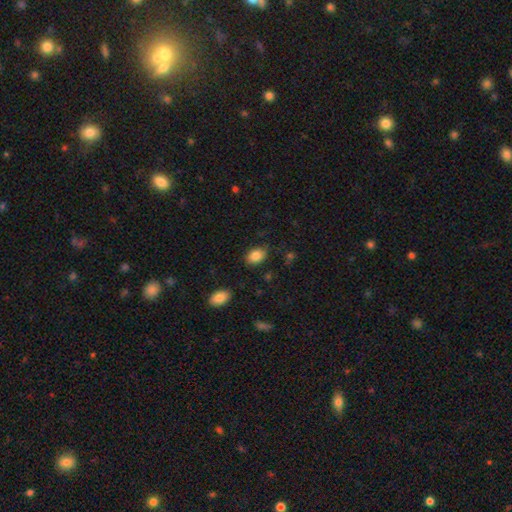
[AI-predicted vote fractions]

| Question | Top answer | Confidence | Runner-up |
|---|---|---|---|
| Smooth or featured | smooth | 86% | star or artifact (8%) |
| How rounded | in between | 81% | round (18%) |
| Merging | none | 78% | minor disturbance (16%) |